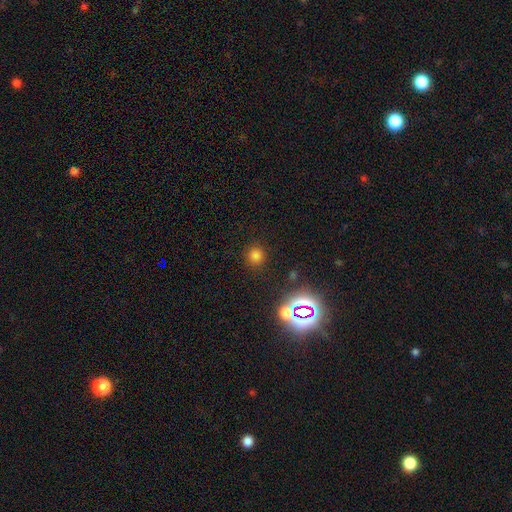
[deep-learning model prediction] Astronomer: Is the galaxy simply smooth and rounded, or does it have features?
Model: smooth — 74%.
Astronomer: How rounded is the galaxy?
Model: round — 91%.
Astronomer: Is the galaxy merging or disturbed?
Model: none — 86%.